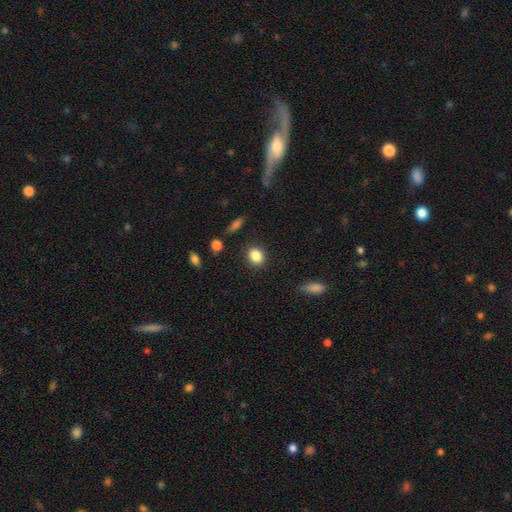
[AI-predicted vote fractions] smooth 85%, star or artifact 9%, featured or disk 5%. Down the decision tree: how rounded — round (54%); merging — none (87%).